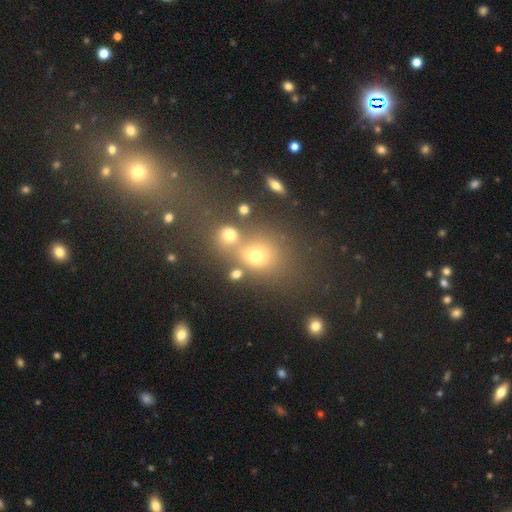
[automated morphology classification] Overall: smooth (55%; star or artifact 32%). How rounded: round (64%; in between 33%). Merging: none (49%; merger 33%).